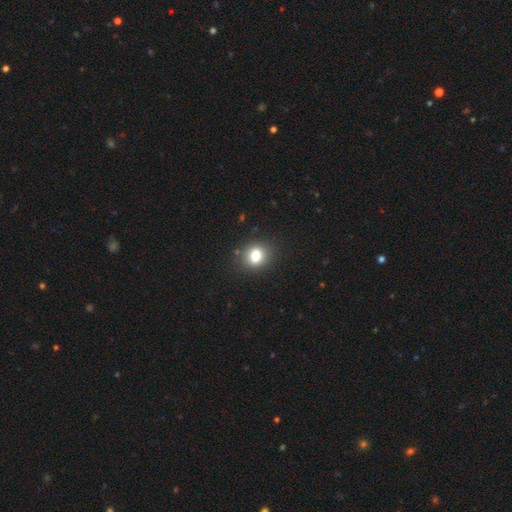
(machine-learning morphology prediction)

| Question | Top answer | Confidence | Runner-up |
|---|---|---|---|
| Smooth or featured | smooth | 80% | star or artifact (12%) |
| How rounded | round | 60% | in between (39%) |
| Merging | none | 86% | minor disturbance (9%) |